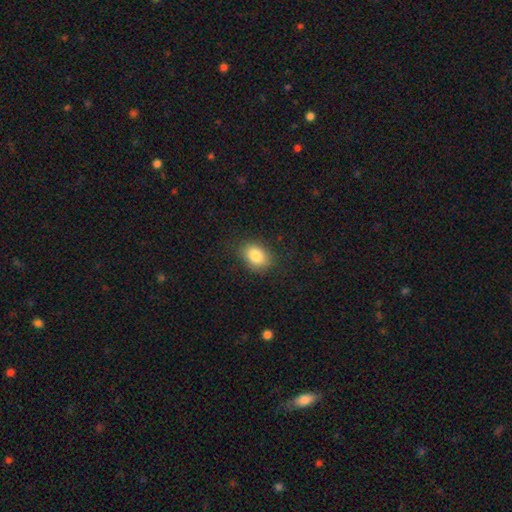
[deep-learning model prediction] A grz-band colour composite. It shows a smooth galaxy with no disk features (84%) that is in between round and cigar-shaped (72%). Merging: none (82%).